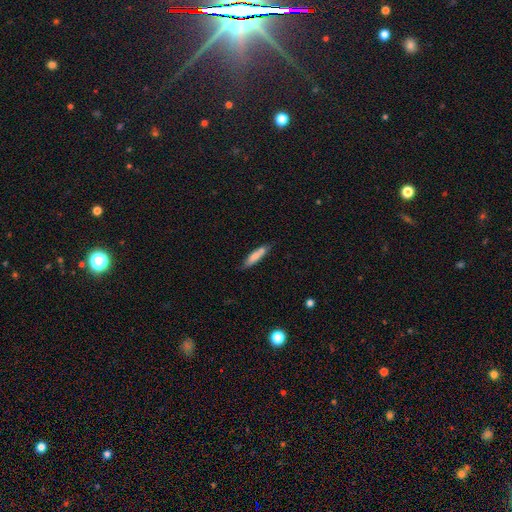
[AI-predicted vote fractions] smooth-or-featured: smooth: 74% | featured or disk: 19% | star or artifact: 6%
  how-rounded: cigar-shaped: 81% | in between: 18% | round: 1%
  merging: none: 74% | minor disturbance: 18% | merger: 5% | major disturbance: 3%